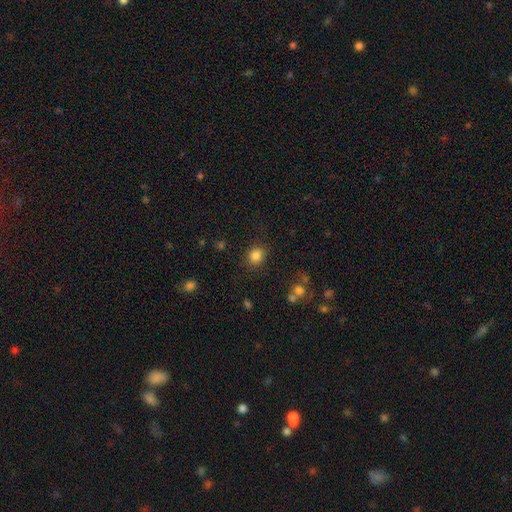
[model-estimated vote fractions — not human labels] Morphology: type=smooth (83%); roundness=round (70%); merging=none (84%).